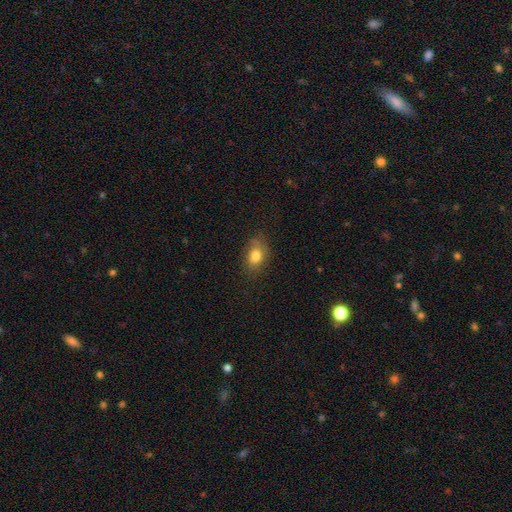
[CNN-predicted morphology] This appears to be a smooth galaxy with no disk features (79%) that is in between round and cigar-shaped (76%). Merging: none (73%).